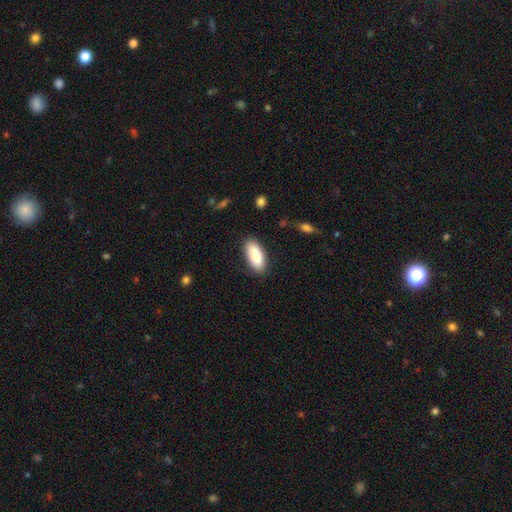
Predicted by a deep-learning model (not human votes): Smooth or featured: smooth — 88% (featured or disk — 6%)
How rounded: in between — 85% (cigar-shaped — 13%)
Merging: none — 85% (minor disturbance — 11%)